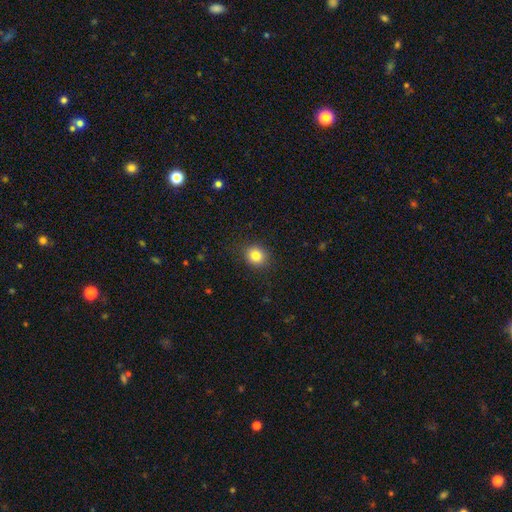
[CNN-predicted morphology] This appears to be a smooth galaxy with no disk features (83%) that is round (79%). Merging: none (89%).